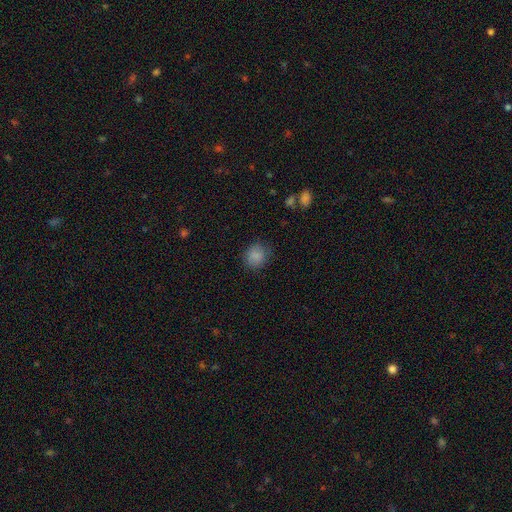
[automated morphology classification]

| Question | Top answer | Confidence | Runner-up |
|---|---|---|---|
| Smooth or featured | smooth | 86% | star or artifact (10%) |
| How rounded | round | 77% | in between (23%) |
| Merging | none | 81% | minor disturbance (14%) |